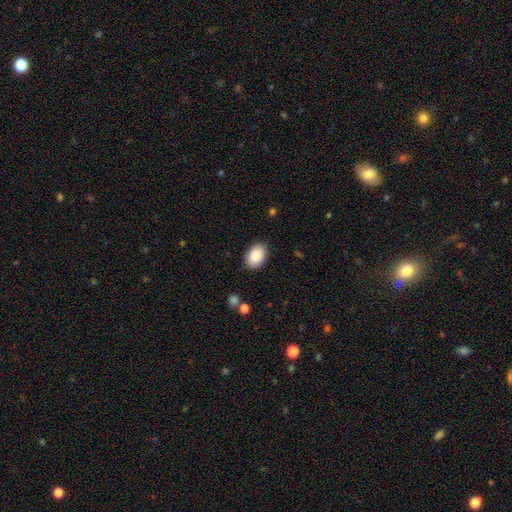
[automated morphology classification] The model was most divided on "merging": none: 87%, minor disturbance: 10%, major disturbance: 2%, merger: 1%. More confident: how rounded — in between (89%); smooth or featured — smooth (89%).